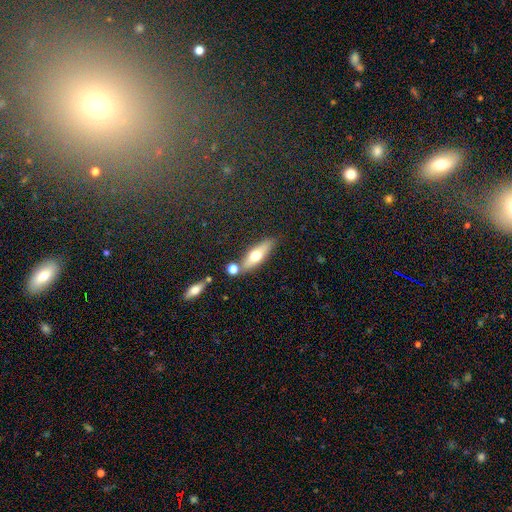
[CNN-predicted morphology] Overall: smooth (57%; featured or disk 36%). How rounded: cigar-shaped (52%; in between 45%). Merging: none (75%).